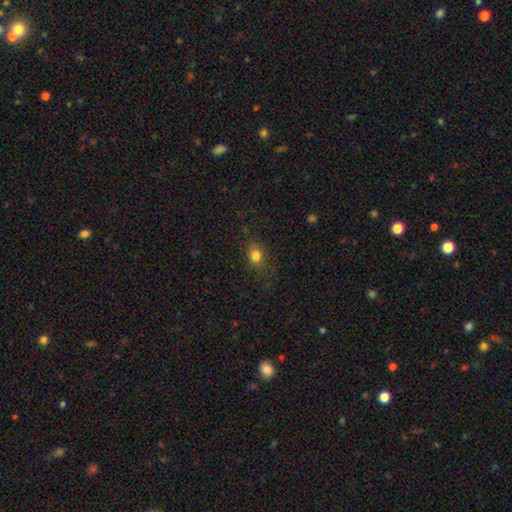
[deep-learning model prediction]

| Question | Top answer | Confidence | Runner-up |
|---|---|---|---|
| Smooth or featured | smooth | 80% | star or artifact (13%) |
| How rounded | in between | 51% | round (48%) |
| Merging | none | 77% | minor disturbance (16%) |